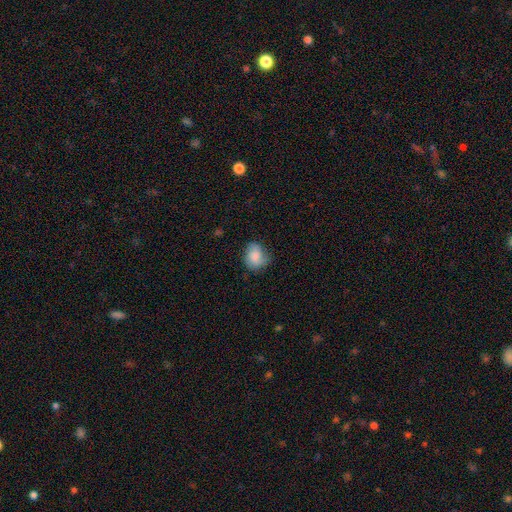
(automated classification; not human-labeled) Smooth or featured? Predicted: smooth (p=0.74). How rounded? Predicted: round (p=0.49, tied with in between). Merging? Predicted: none (p=0.52).